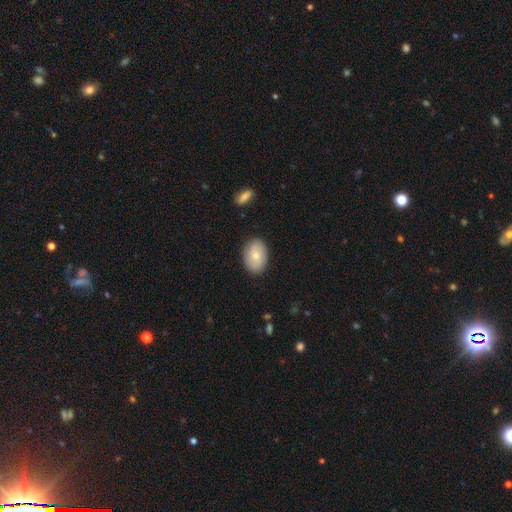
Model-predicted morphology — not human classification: Smooth or featured: smooth — 71% (featured or disk — 22%)
How rounded: in between — 84% (round — 15%)
Merging: none — 86% (minor disturbance — 10%)